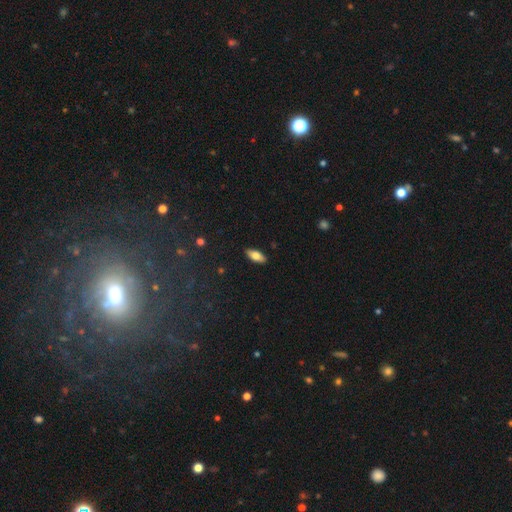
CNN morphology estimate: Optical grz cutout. It shows a smooth galaxy with no disk features (73%) that is in between round and cigar-shaped (82%). Merging: none (89%).